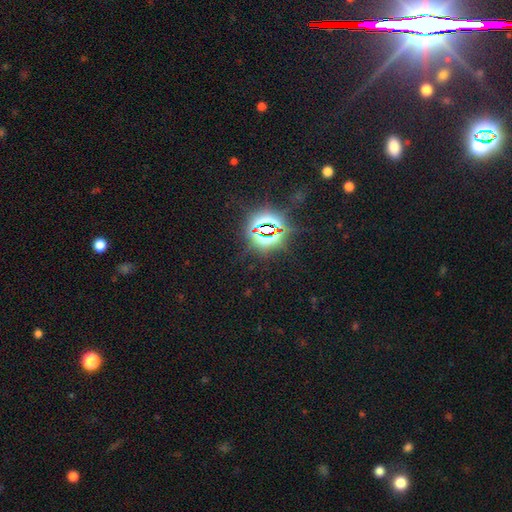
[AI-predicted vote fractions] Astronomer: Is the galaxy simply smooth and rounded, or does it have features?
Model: star or artifact — 82%.